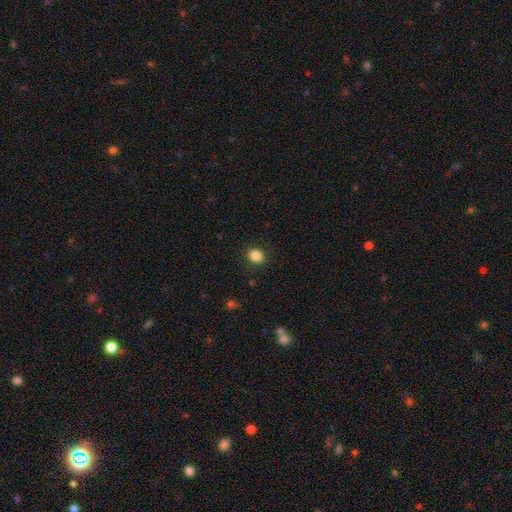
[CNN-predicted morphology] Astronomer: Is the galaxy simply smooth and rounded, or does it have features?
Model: smooth — 86%.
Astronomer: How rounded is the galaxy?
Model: in between — 51% (runner-up: round, 48%).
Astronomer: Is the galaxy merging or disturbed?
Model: none — 89%.